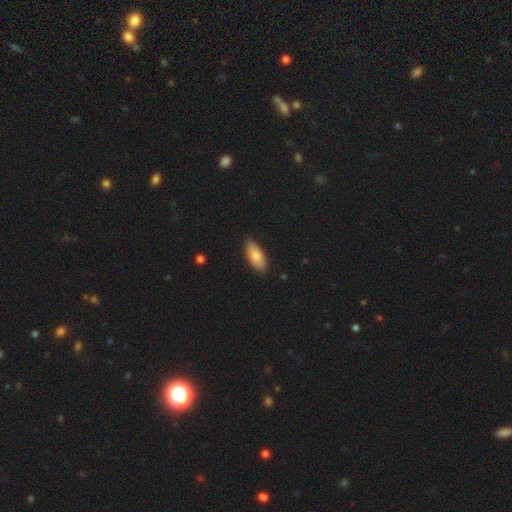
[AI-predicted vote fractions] Smooth or featured? Predicted: smooth (p=0.84). How rounded? Predicted: in between (p=0.88). Merging? Predicted: none (p=0.86).